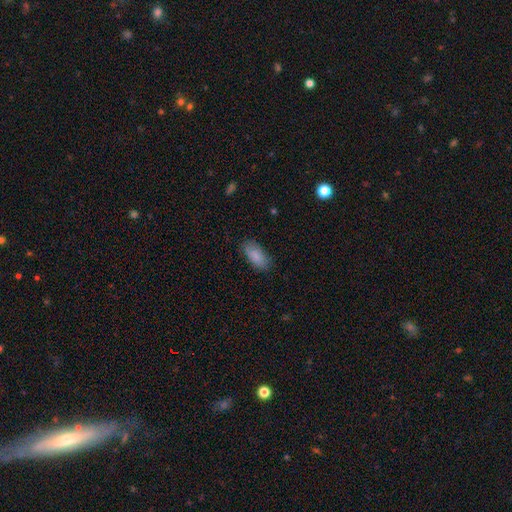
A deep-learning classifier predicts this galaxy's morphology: Smooth or featured? Predicted: smooth (p=0.87). How rounded? Predicted: in between (p=0.90). Merging? Predicted: none (p=0.80).